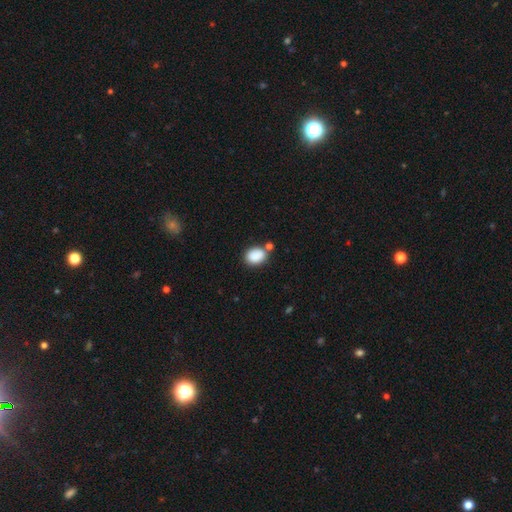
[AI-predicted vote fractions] Smooth or featured?
  - smooth: 87% *
  - star or artifact: 8%
  - featured or disk: 4%
How rounded?
  - in between: 65% *
  - round: 34%
  - cigar-shaped: 1%
Merging?
  - none: 69% *
  - minor disturbance: 14%
  - merger: 13%
  - major disturbance: 4%